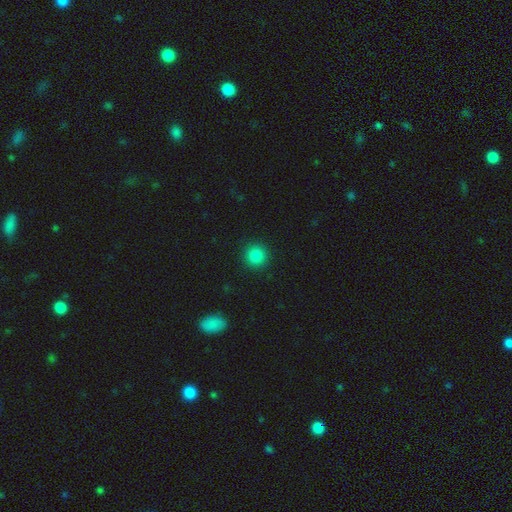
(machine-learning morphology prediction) Smooth or featured? smooth (85%)
How rounded? round (94%)
Merging? none (92%)